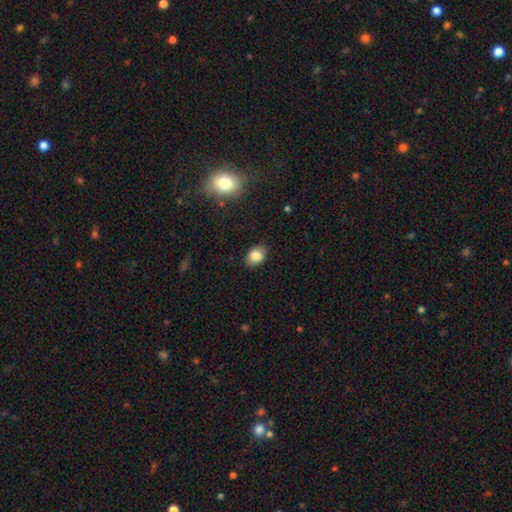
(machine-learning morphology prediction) smooth_or_featured: smooth (p=0.83) [alt: star or artifact p=0.09]
how_rounded: in between (p=0.76) [alt: round p=0.22]
merging: none (p=0.86) [alt: minor disturbance p=0.11]